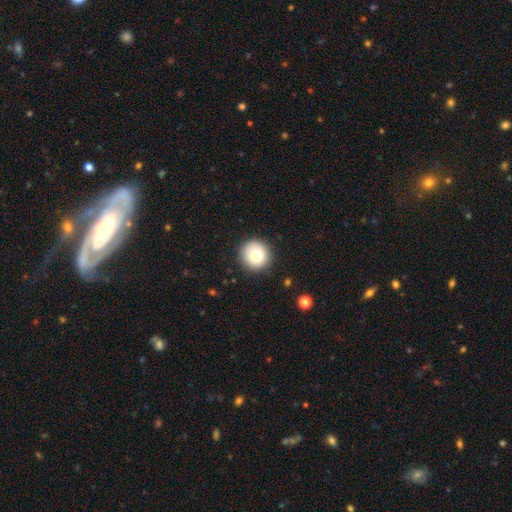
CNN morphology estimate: Smooth or featured? smooth (79%)
How rounded? round (95%)
Merging? none (90%)